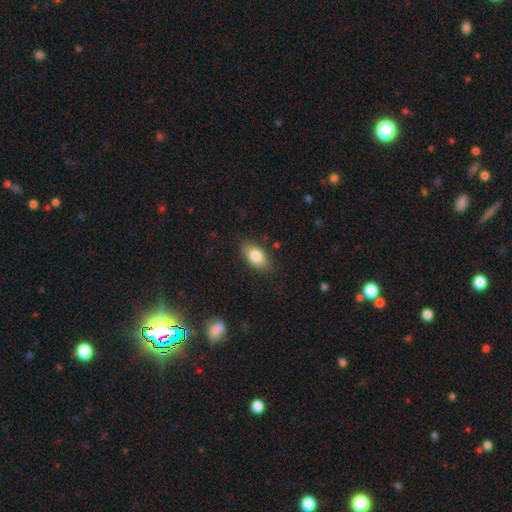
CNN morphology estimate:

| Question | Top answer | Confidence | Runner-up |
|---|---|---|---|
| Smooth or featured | smooth | 80% | featured or disk (13%) |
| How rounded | in between | 88% | round (7%) |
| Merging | none | 81% | minor disturbance (14%) |